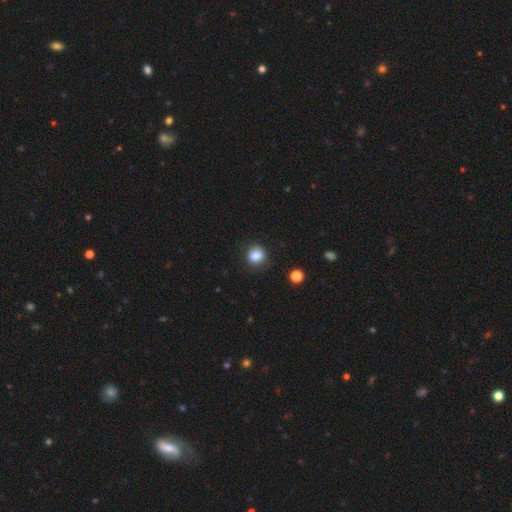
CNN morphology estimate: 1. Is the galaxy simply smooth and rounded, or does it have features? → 84% smooth, 10% star or artifact, 5% featured or disk.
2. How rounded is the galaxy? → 69% round, 30% in between, 1% cigar-shaped.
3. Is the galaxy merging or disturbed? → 81% none, 14% minor disturbance, 4% major disturbance, 2% merger.